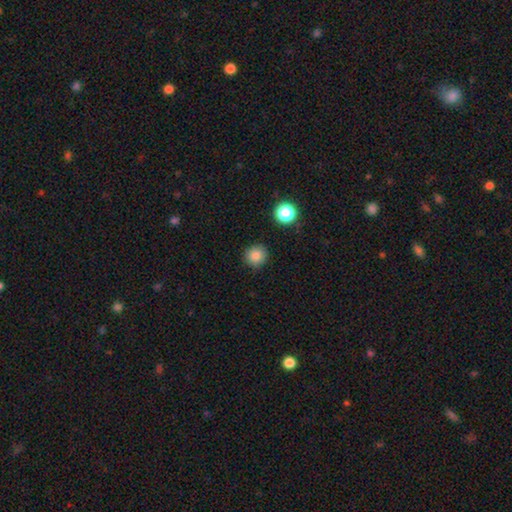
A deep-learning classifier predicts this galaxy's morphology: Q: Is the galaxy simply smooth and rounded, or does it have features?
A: smooth — 84%.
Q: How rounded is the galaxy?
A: round — 92%.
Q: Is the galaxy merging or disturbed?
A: none — 89%.